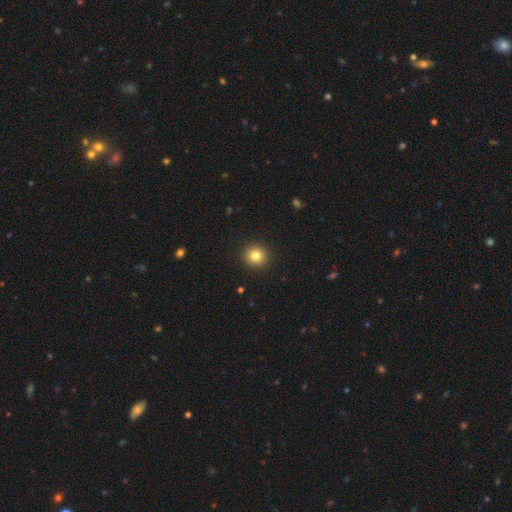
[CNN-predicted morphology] Smooth or featured?
  - smooth: 81% *
  - star or artifact: 12%
  - featured or disk: 7%
How rounded?
  - round: 93% *
  - in between: 6%
  - cigar-shaped: 1%
Merging?
  - none: 93% *
  - minor disturbance: 5%
  - major disturbance: 2%
  - merger: 1%